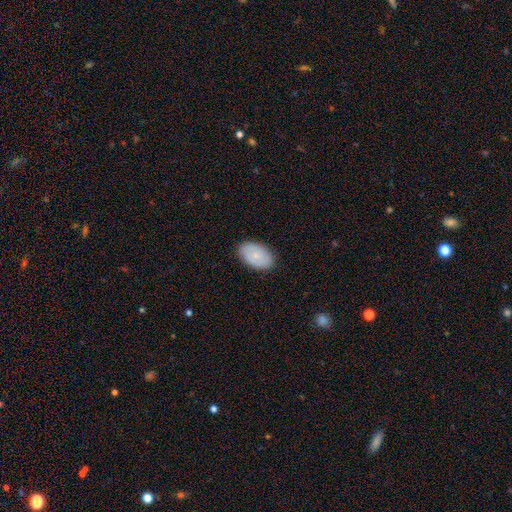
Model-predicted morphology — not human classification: smooth 76%, featured or disk 18%, star or artifact 6%. Down the decision tree: how rounded — in between (92%); merging — none (86%).